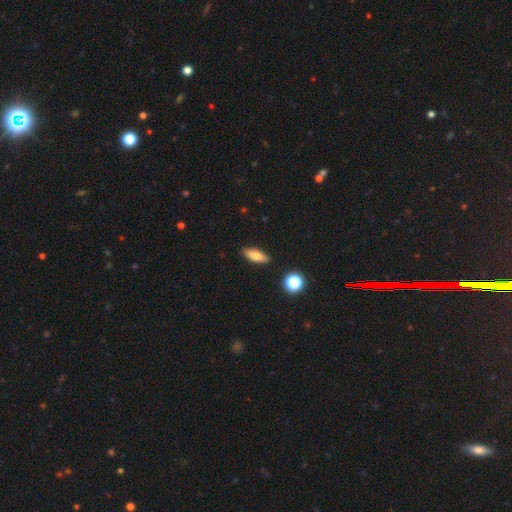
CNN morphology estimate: smooth-or-featured: smooth: 76% | featured or disk: 16% | star or artifact: 9%
  how-rounded: in between: 67% | cigar-shaped: 29% | round: 4%
  merging: none: 88% | minor disturbance: 9% | major disturbance: 2% | merger: 2%